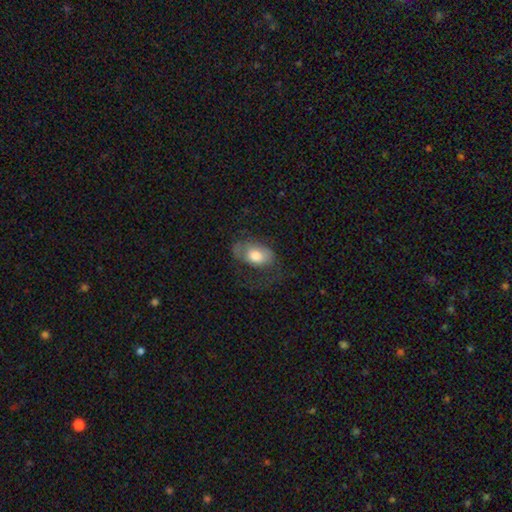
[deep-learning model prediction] Morphology: type=smooth (67%); roundness=in between (87%); merging=none (37%).